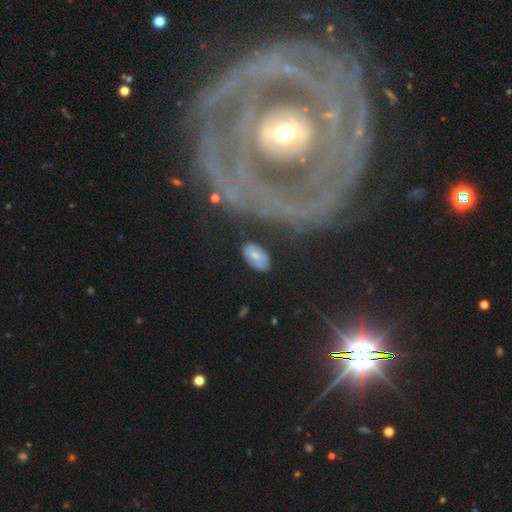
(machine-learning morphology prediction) Smooth or featured: smooth — 63% (featured or disk — 29%)
How rounded: in between — 93% (round — 5%)
Merging: none — 72% (minor disturbance — 19%)